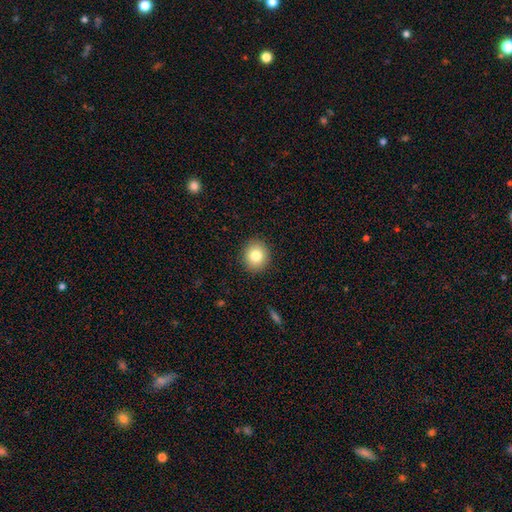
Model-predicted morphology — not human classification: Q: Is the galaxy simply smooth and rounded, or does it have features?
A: smooth — 81%.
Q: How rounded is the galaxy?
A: round — 83%.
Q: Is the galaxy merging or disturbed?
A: none — 91%.